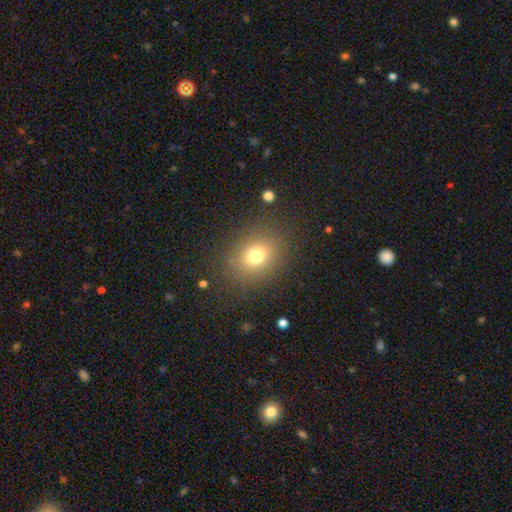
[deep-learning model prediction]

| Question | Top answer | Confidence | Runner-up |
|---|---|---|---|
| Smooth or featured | smooth | 73% | star or artifact (16%) |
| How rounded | round | 57% | in between (42%) |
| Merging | none | 83% | minor disturbance (10%) |